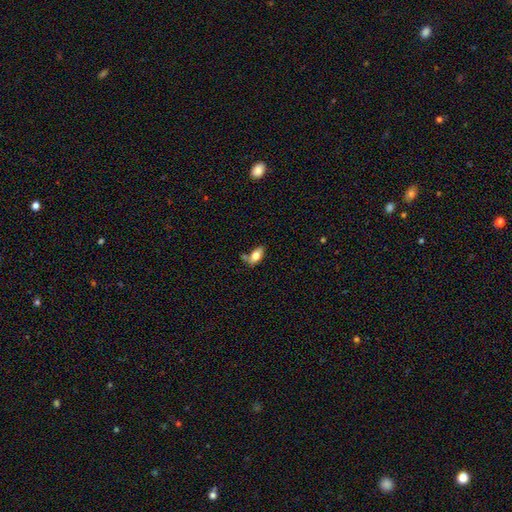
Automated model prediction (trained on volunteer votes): Smooth or featured? Predicted: smooth (p=0.76). How rounded? Predicted: in between (p=0.89). Merging? Predicted: none (p=0.58).